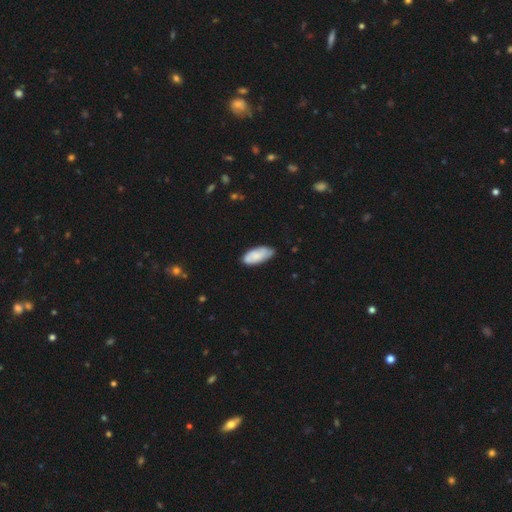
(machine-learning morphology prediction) Smooth or featured?
  - smooth: 74% *
  - featured or disk: 20%
  - star or artifact: 6%
How rounded?
  - in between: 87% *
  - cigar-shaped: 11%
  - round: 2%
Merging?
  - none: 64% *
  - minor disturbance: 29%
  - major disturbance: 5%
  - merger: 2%